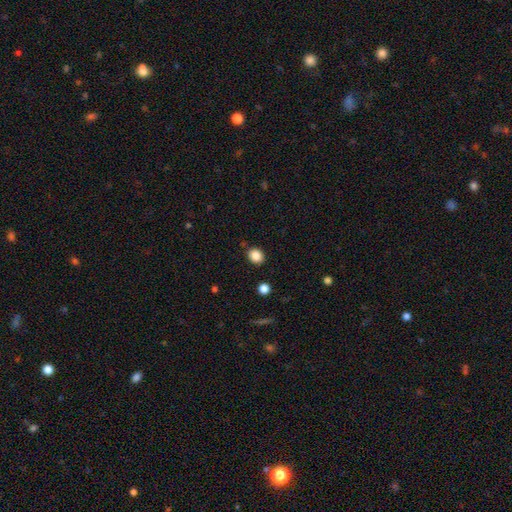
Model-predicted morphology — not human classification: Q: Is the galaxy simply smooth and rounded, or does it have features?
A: smooth — 86%.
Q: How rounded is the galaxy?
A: round — 62%.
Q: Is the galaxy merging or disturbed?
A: none — 87%.